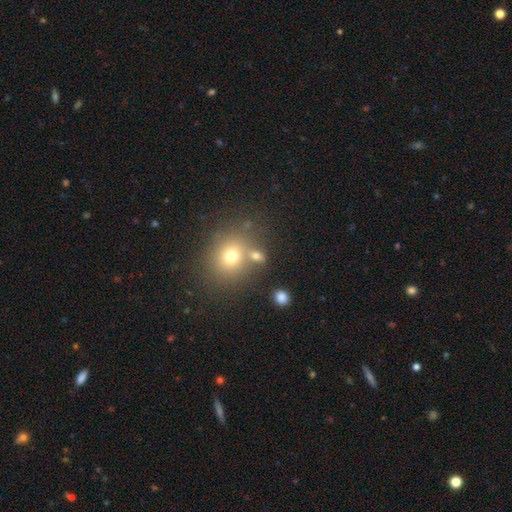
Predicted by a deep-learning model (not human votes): This appears to be a smooth galaxy with no disk features (69%) that is round (54%). Merging: none (60%).